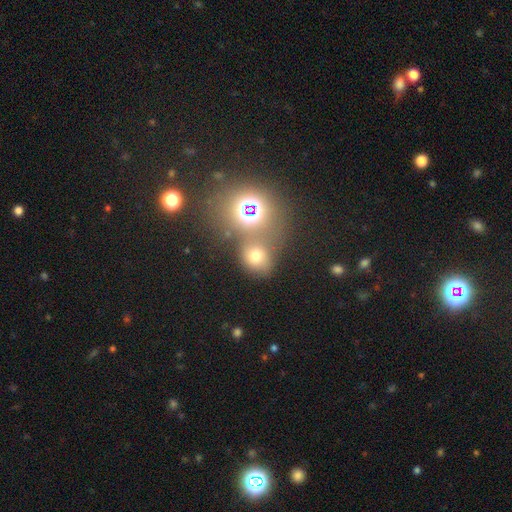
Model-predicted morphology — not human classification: Smooth or featured? smooth (63%)
How rounded? round (70%)
Merging? none (55%)